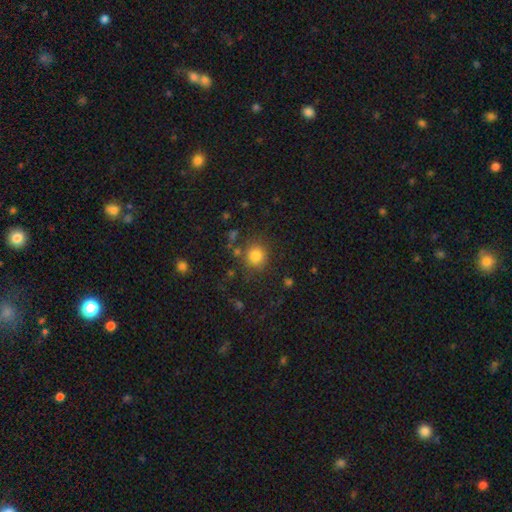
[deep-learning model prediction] Smooth or featured?
  - smooth: 82% *
  - star or artifact: 12%
  - featured or disk: 6%
How rounded?
  - round: 89% *
  - in between: 10%
  - cigar-shaped: 1%
Merging?
  - none: 82% *
  - minor disturbance: 10%
  - merger: 4%
  - major disturbance: 4%